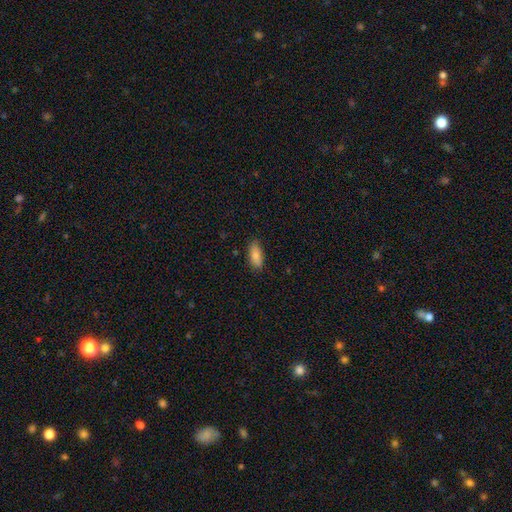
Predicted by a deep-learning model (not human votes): A smooth galaxy with no disk features (81%) that is in between round and cigar-shaped (81%). Merging: none (83%).